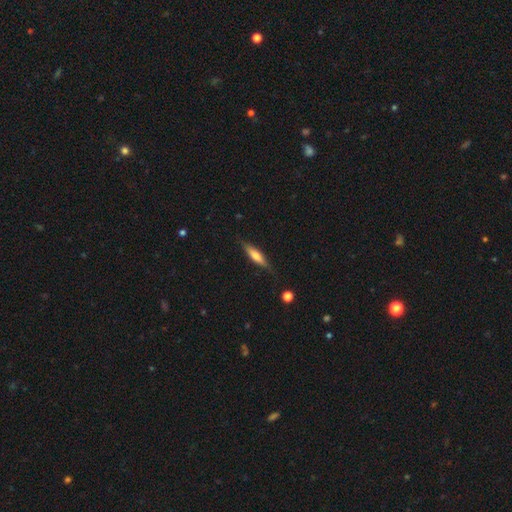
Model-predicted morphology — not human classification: smooth-or-featured: smooth: 52% | featured or disk: 42% | star or artifact: 6%
  how-rounded: cigar-shaped: 75% | in between: 23% | round: 2%
  merging: none: 81% | minor disturbance: 14% | major disturbance: 3% | merger: 1%